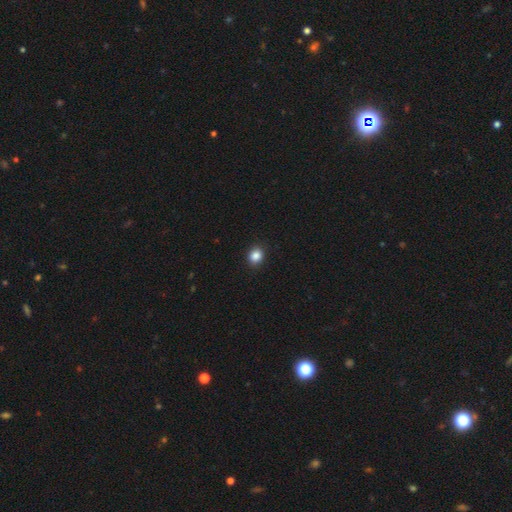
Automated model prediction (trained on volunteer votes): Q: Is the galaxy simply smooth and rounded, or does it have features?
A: smooth — 86%.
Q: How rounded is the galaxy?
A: round — 73%.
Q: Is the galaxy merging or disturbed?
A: none — 91%.